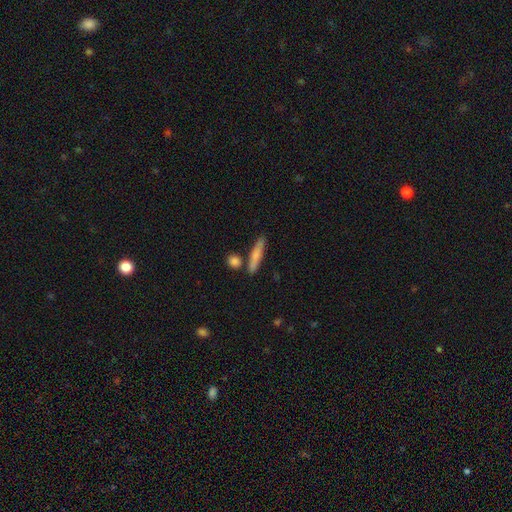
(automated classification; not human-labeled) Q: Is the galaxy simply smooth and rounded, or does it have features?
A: smooth — 73%.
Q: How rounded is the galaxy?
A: cigar-shaped — 86%.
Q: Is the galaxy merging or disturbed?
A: none — 79%.